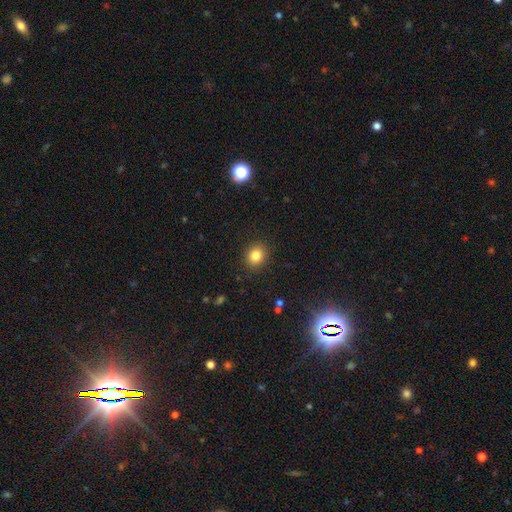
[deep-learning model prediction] smooth-or-featured: smooth: 83% | star or artifact: 11% | featured or disk: 6%
  how-rounded: round: 67% | in between: 32% | cigar-shaped: 1%
  merging: none: 89% | minor disturbance: 7% | major disturbance: 2% | merger: 1%